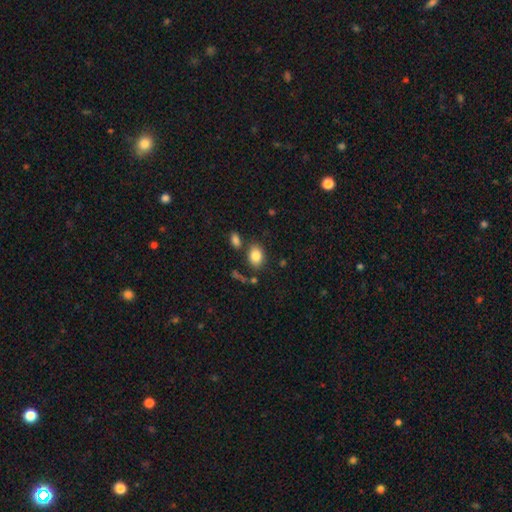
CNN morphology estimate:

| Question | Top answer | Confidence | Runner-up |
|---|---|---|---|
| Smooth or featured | smooth | 84% | star or artifact (9%) |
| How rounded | in between | 70% | round (29%) |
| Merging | none | 73% | minor disturbance (13%) |